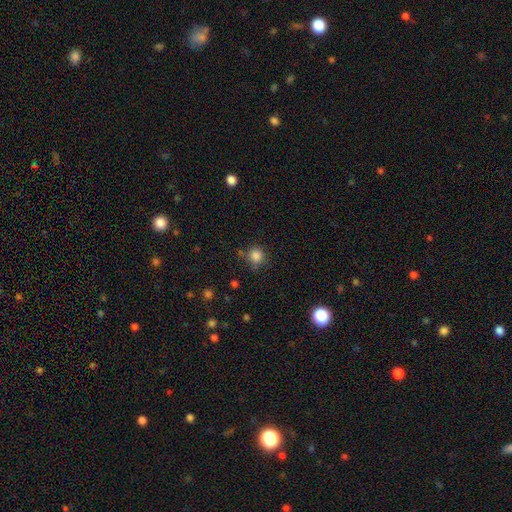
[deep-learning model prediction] Q: Smooth or featured?
A: smooth (84%); runner-up: star or artifact (12%)
Q: How rounded?
A: round (91%); runner-up: in between (8%)
Q: Merging?
A: none (73%); runner-up: minor disturbance (16%)